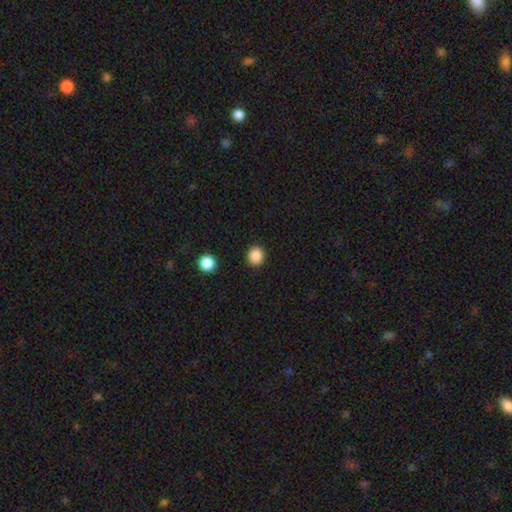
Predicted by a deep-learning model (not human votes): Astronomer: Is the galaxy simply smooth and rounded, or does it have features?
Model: smooth — 88%.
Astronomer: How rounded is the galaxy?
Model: round — 82%.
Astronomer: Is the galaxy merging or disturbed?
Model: none — 91%.